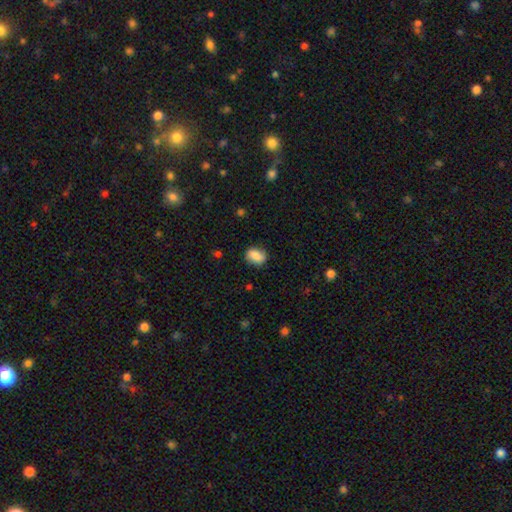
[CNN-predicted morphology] type=smooth (83%); roundness=in between (68%); merging=none (81%).